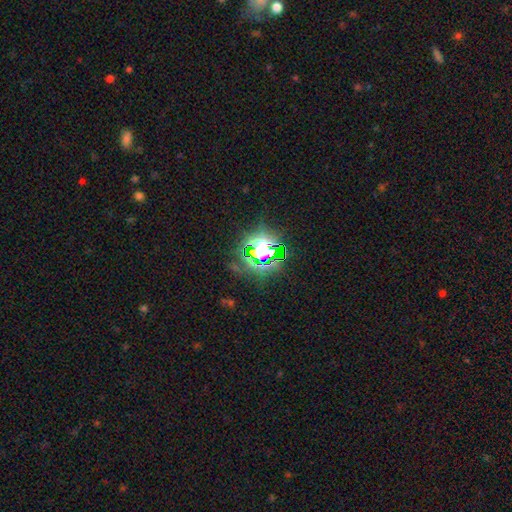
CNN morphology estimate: Smooth or featured? star or artifact (79%)